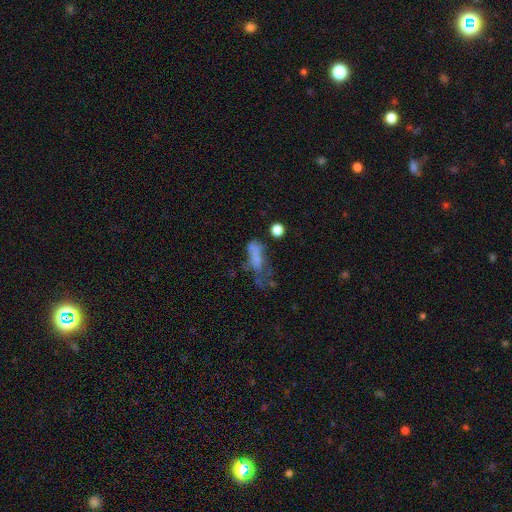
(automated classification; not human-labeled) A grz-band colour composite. It shows a smooth galaxy with no disk features (48%). Merging: major disturbance (43%).